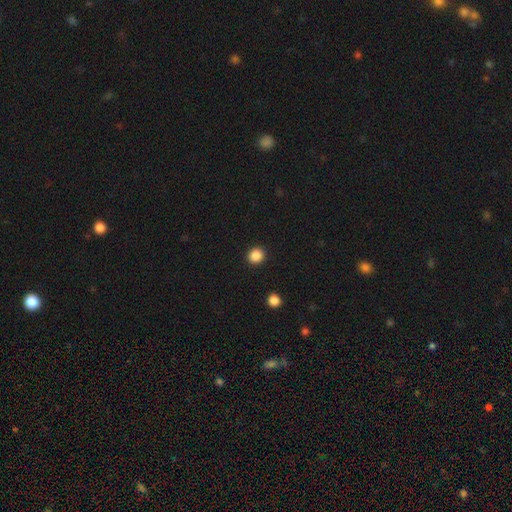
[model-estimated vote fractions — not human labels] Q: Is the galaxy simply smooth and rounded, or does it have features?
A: smooth — 87%.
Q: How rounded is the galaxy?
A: round — 87%.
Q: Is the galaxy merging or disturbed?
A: none — 92%.